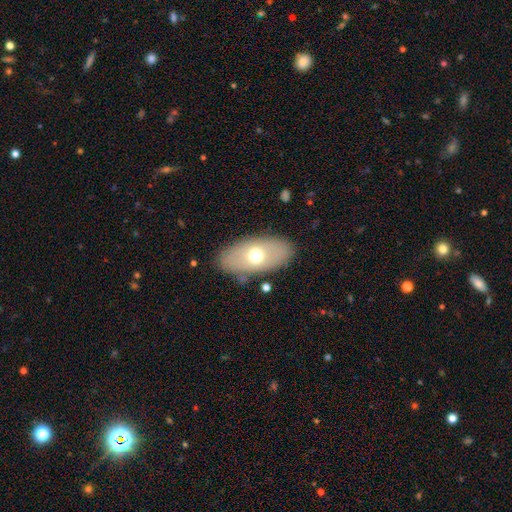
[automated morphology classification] This appears to be a smooth galaxy with no disk features (60%) that is in between round and cigar-shaped (91%). Merging: none (83%).